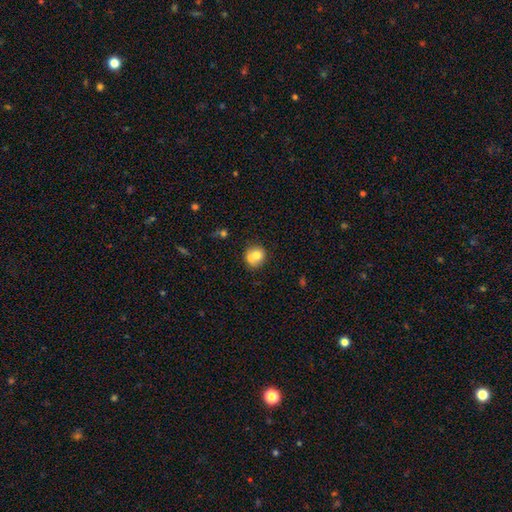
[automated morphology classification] type=smooth (70%); roundness=round (80%); merging=merger (44%).